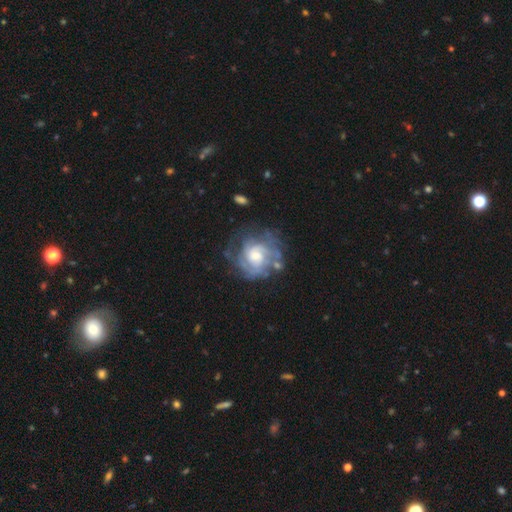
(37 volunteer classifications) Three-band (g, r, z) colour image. It shows a featured or disk galaxy (73%) with no bar (81%), tight (80%) spiral arms (74%) and a moderate central bulge (70%). Merging: none (53%).